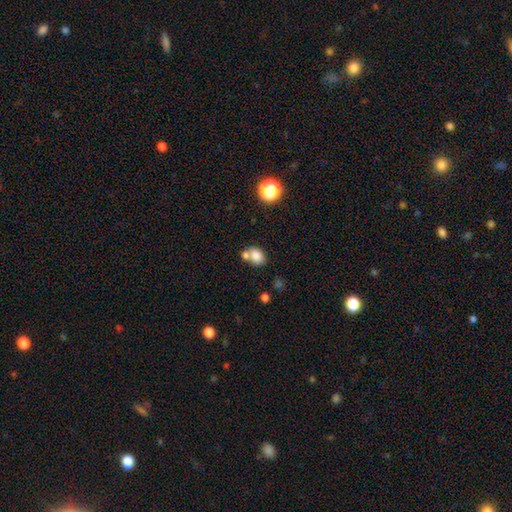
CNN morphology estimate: Smooth or featured? smooth (80%)
How rounded? in between (55%)
Merging? none (47%)